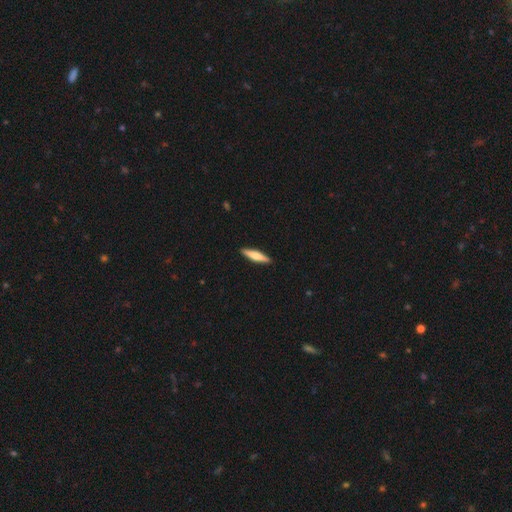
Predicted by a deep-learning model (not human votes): This is likely a smooth galaxy (60%). How rounded: clearly cigar-shaped (86%). Merging: clearly none (91%).